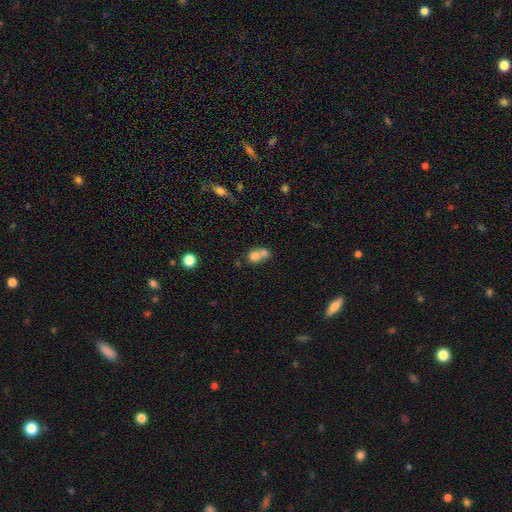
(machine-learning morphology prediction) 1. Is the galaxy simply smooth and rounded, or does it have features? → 74% smooth, 15% featured or disk, 11% star or artifact.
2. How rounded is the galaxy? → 69% round, 29% in between, 1% cigar-shaped.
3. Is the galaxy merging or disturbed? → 64% merger, 27% none, 6% minor disturbance, 3% major disturbance.